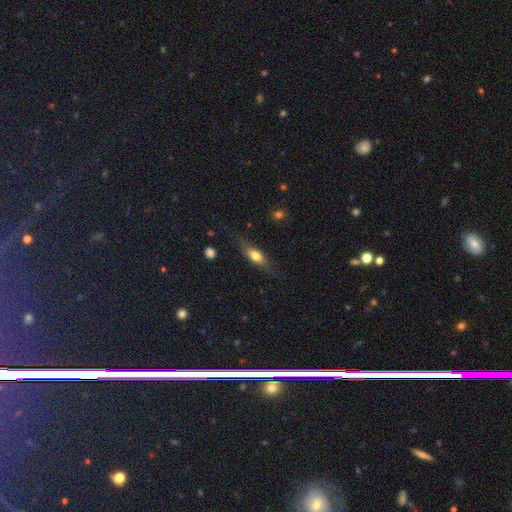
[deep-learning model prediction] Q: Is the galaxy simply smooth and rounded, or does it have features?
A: smooth — 61%.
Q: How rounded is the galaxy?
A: in between — 49%.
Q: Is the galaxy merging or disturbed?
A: none — 73%.